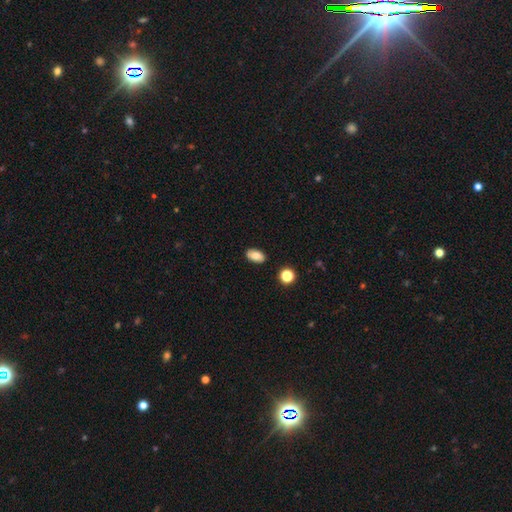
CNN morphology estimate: A smooth galaxy with no disk features (82%) that is in between round and cigar-shaped (92%).

Vote fractions:
- Smooth or featured? smooth: 82% / featured or disk: 9% / star or artifact: 9%
- How rounded? in between: 92% / round: 6% / cigar-shaped: 2%
- Merging? none: 87% / minor disturbance: 9% / major disturbance: 2% / merger: 2%